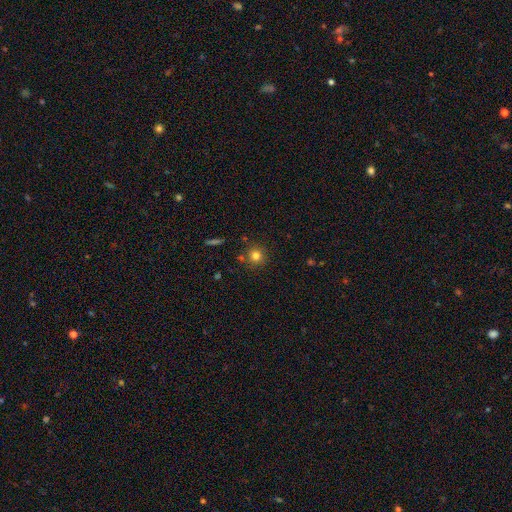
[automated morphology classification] Smooth or featured?
  - smooth: 79% *
  - star or artifact: 14%
  - featured or disk: 7%
How rounded?
  - round: 93% *
  - in between: 6%
  - cigar-shaped: 1%
Merging?
  - none: 84% *
  - minor disturbance: 8%
  - merger: 5%
  - major disturbance: 3%